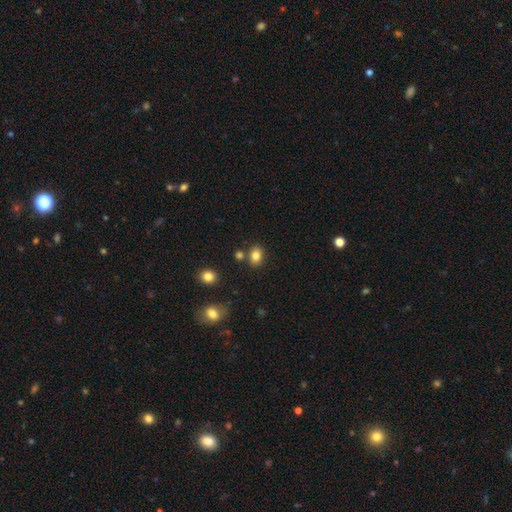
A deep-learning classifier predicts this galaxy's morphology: smooth_or_featured: smooth (p=0.83) [alt: star or artifact p=0.10]
how_rounded: in between (p=0.61) [alt: round p=0.38]
merging: none (p=0.78) [alt: minor disturbance p=0.10]